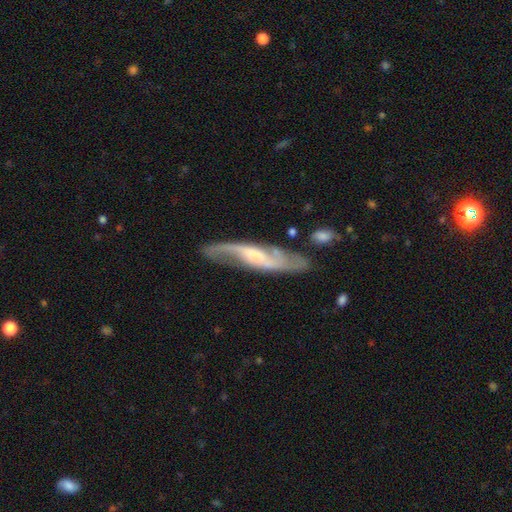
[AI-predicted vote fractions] Smooth or featured? Predicted: featured or disk (p=0.82). Edge-on disk? Predicted: no (p=0.79). Bar? Predicted: weak (p=0.45). Spiral arms? Predicted: yes (p=0.95). Spiral winding? Predicted: loose (p=0.45). Spiral arm count? Predicted: 2 (p=0.86). Bulge size? Predicted: moderate (p=0.39). Merging? Predicted: none (p=0.70).